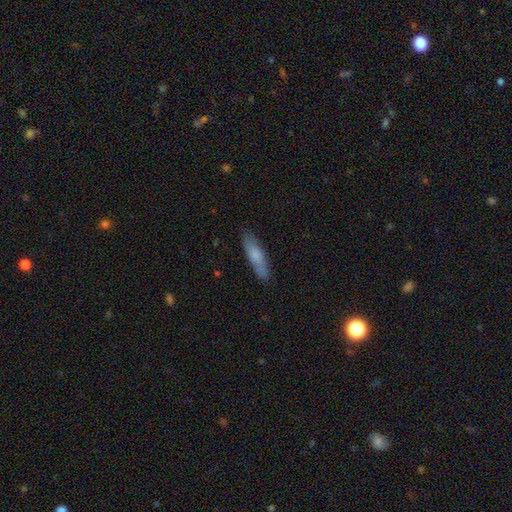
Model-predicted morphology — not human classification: smooth_or_featured: smooth (p=0.72) [alt: featured or disk p=0.22]
how_rounded: cigar-shaped (p=0.69) [alt: in between p=0.29]
merging: none (p=0.84) [alt: minor disturbance p=0.13]